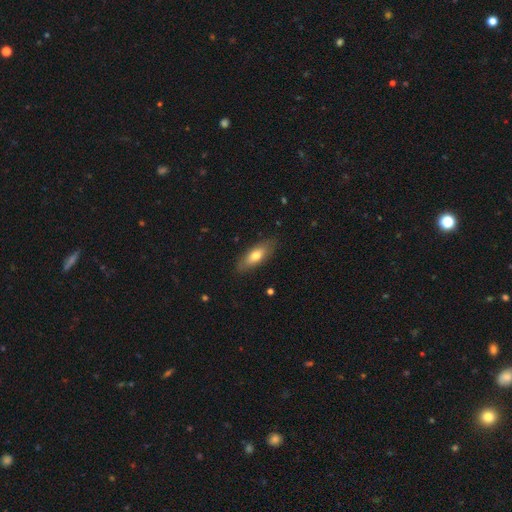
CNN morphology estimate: Smooth or featured: smooth — 67% (featured or disk — 26%)
How rounded: in between — 69% (cigar-shaped — 28%)
Merging: none — 84% (minor disturbance — 12%)